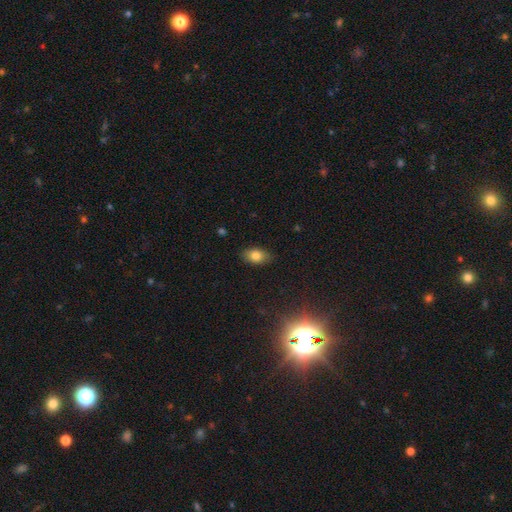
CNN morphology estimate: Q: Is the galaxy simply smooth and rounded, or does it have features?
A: smooth — 80%.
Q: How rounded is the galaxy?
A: in between — 86%.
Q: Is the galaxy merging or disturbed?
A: none — 85%.